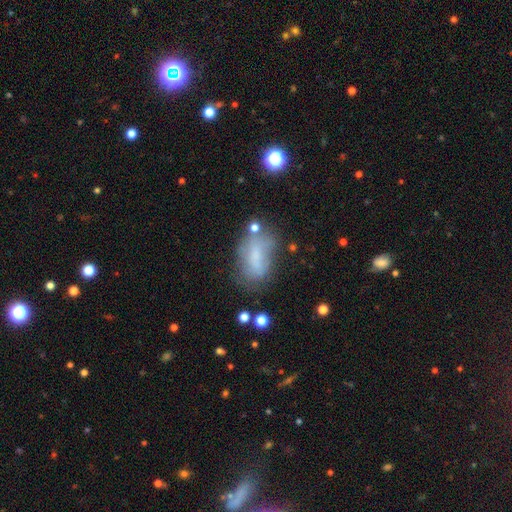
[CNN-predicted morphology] Smooth or featured: smooth — 61% (featured or disk — 27%)
How rounded: in between — 88% (cigar-shaped — 6%)
Merging: none — 50% (minor disturbance — 27%)